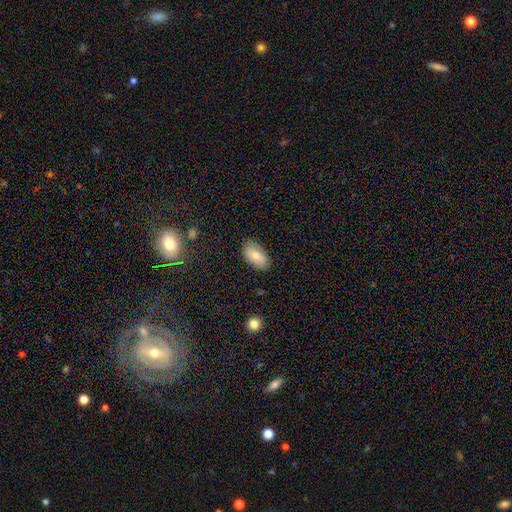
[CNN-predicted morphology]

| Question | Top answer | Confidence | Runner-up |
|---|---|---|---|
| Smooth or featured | smooth | 75% | featured or disk (18%) |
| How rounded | in between | 94% | round (4%) |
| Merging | none | 84% | minor disturbance (12%) |